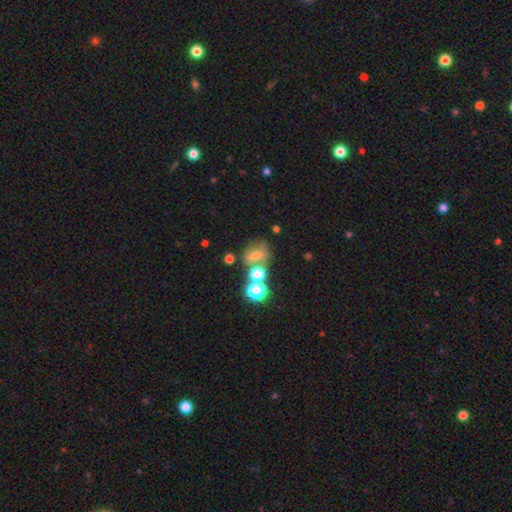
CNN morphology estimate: This appears to be a smooth galaxy with no disk features (47%). Merging: none (45%).